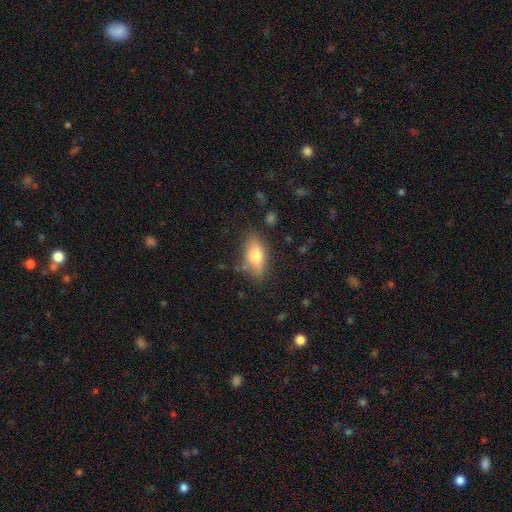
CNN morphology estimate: type=smooth (71%); roundness=in between (82%); merging=none (77%).